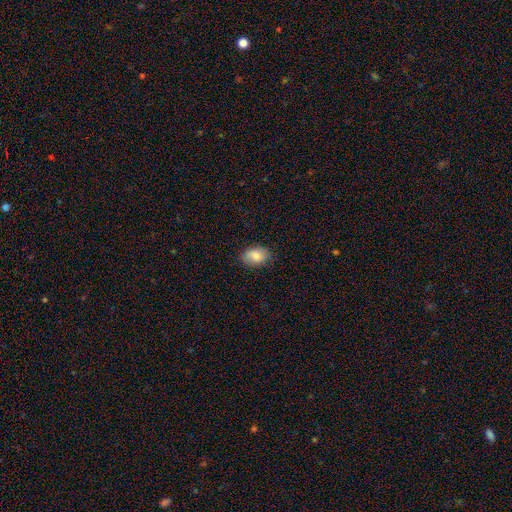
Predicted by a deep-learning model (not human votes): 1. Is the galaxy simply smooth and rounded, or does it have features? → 84% smooth, 9% featured or disk, 7% star or artifact.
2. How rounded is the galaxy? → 85% in between, 14% round, 1% cigar-shaped.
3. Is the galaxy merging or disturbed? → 80% none, 16% minor disturbance, 3% major disturbance, 1% merger.